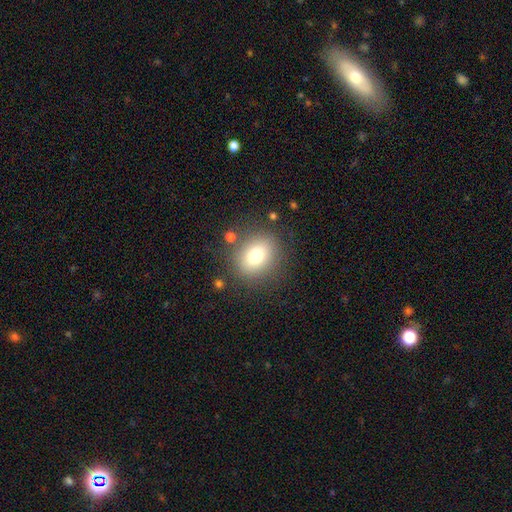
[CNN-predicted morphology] This is likely a smooth galaxy (75%). How rounded: likely round (62%). Merging: clearly none (82%).